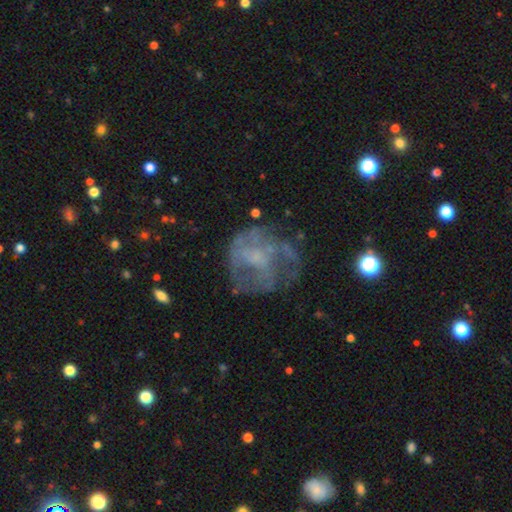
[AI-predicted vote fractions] Q: Smooth or featured?
A: featured or disk (63%); runner-up: smooth (24%)
Q: Edge-on disk?
A: no (98%); runner-up: yes (2%)
Q: Bar?
A: no (75%); runner-up: weak (21%)
Q: Spiral arms?
A: no (54%); runner-up: yes (46%)
Q: Bulge size?
A: none (46%); runner-up: small (31%)
Q: Merging?
A: none (53%); runner-up: major disturbance (25%)